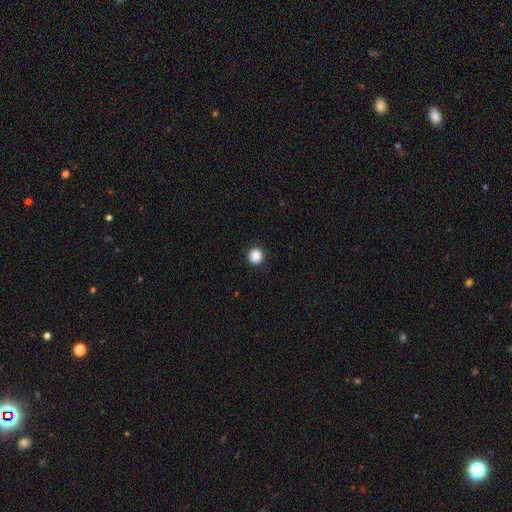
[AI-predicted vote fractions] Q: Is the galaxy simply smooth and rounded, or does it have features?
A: smooth — 88%.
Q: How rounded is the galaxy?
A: round — 87%.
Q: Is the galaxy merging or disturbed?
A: none — 92%.